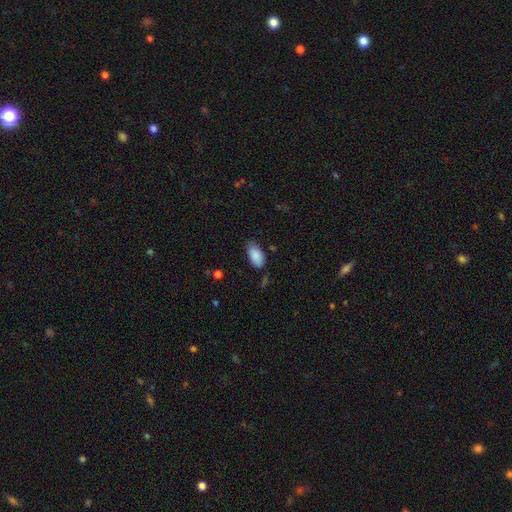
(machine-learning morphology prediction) The model was most divided on "merging": none: 70%, minor disturbance: 24%, major disturbance: 4%, merger: 2%. More confident: how rounded — in between (94%); smooth or featured — smooth (88%).